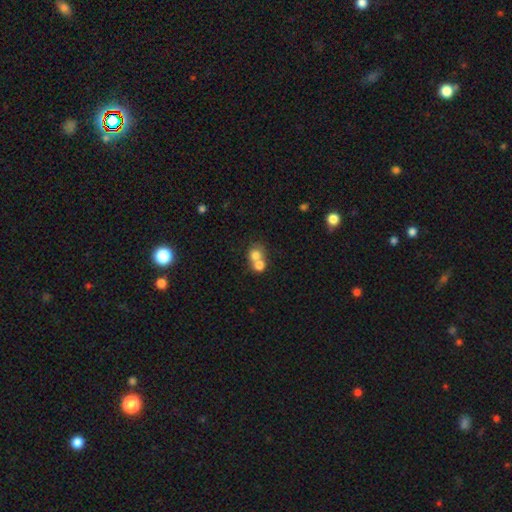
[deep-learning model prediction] smooth 74%, featured or disk 16%, star or artifact 10%. Down the decision tree: how rounded — round (76%); merging — merger (63%).